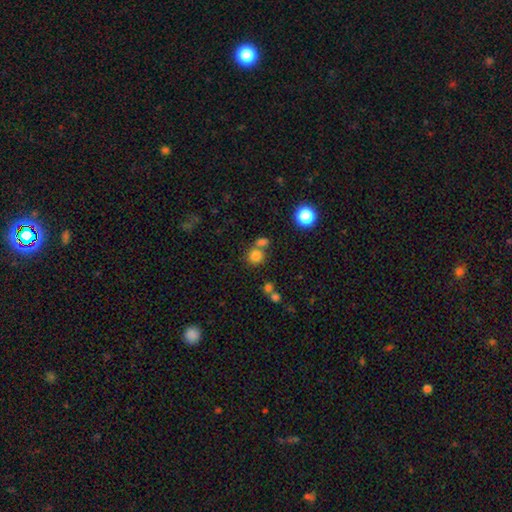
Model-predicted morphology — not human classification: smooth_or_featured: smooth (p=0.79) [alt: star or artifact p=0.14]
how_rounded: round (p=0.87) [alt: in between p=0.12]
merging: none (p=0.60) [alt: merger p=0.28]